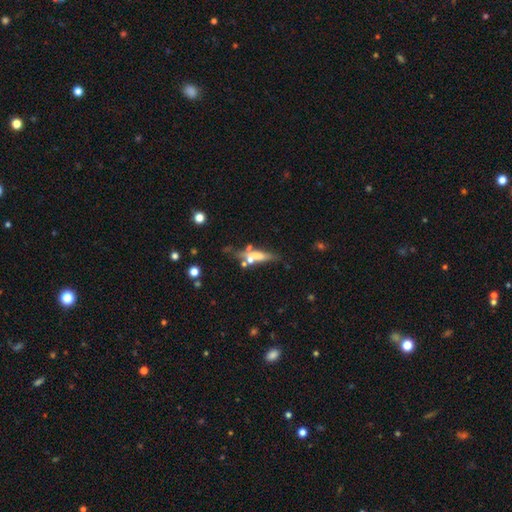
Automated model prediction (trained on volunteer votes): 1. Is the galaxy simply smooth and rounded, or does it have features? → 48% smooth, 41% featured or disk, 11% star or artifact.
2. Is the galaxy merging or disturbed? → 49% none, 20% merger, 20% minor disturbance, 11% major disturbance.